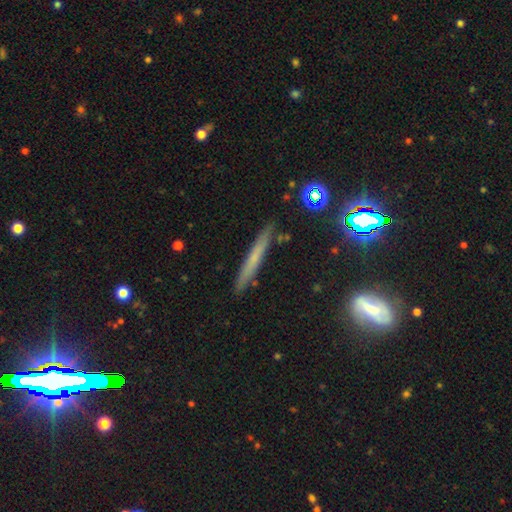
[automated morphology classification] A smooth galaxy with no disk features (50%). Merging: none (86%).